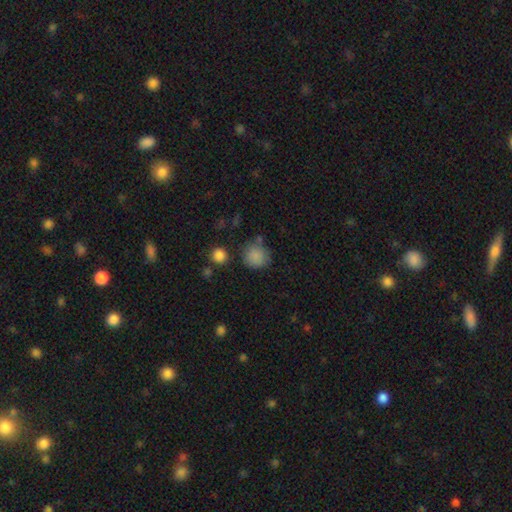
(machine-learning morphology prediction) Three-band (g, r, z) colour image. It shows a smooth galaxy with no disk features (84%) that is round (87%). Merging: none (71%).